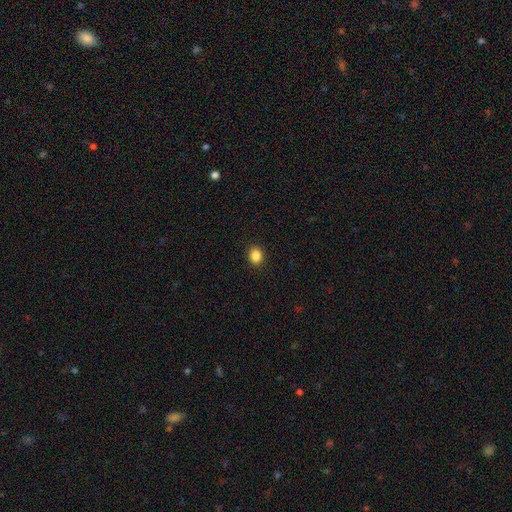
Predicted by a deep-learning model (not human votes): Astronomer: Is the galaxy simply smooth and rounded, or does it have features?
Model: smooth — 86%.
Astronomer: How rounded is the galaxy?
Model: round — 61% (runner-up: in between, 38%).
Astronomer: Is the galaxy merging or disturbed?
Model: none — 92%.